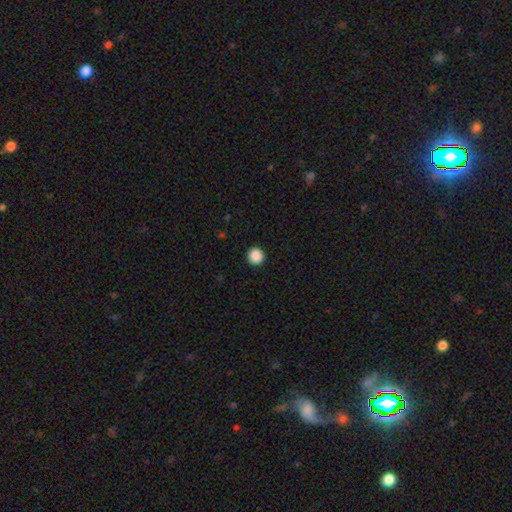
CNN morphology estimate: This is clearly a smooth galaxy (89%). How rounded: clearly round (95%). Merging: clearly none (94%).